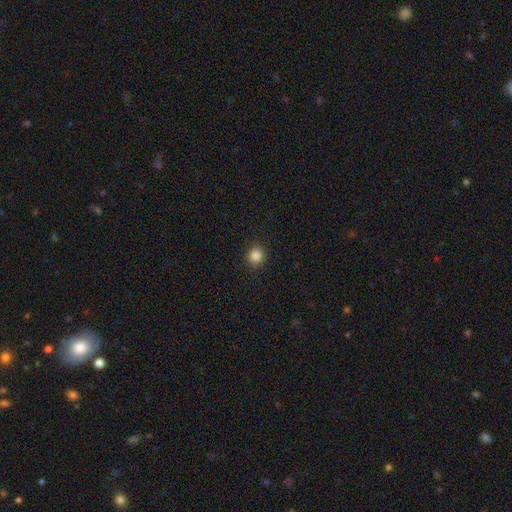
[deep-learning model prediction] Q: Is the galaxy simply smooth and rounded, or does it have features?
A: smooth — 85%.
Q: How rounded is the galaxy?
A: round — 89%.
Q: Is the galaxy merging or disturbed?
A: none — 92%.